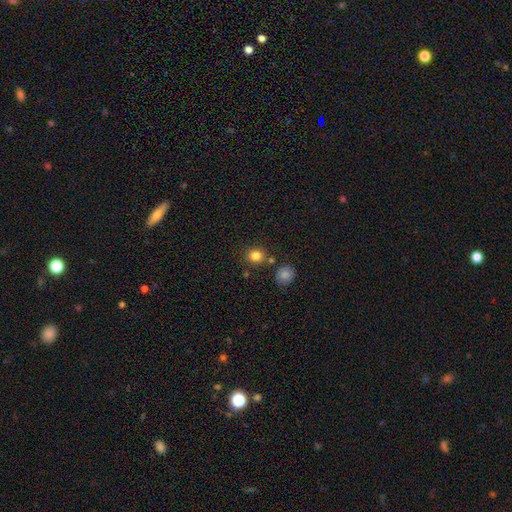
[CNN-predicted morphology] This appears to be a smooth galaxy with no disk features (82%) that is round (82%). Merging: none (79%).